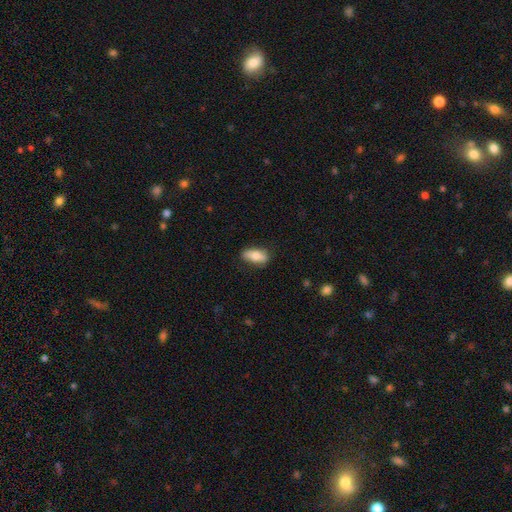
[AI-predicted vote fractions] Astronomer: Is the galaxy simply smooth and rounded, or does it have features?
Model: smooth — 74%.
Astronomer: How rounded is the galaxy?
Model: in between — 83%.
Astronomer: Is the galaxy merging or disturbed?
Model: none — 78%.